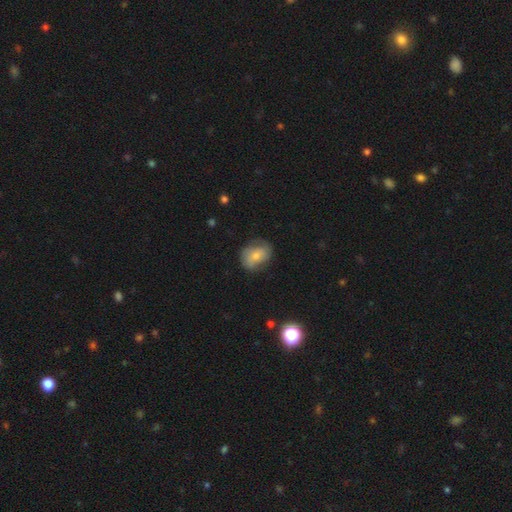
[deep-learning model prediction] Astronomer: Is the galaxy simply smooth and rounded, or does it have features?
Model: smooth — 59%.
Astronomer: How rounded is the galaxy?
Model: in between — 61% (runner-up: round, 38%).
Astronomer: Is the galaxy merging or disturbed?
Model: none — 62%.